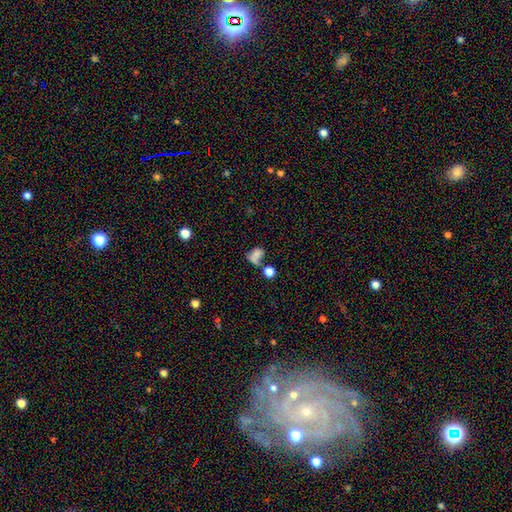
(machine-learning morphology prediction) Q: Smooth or featured?
A: smooth (70%); runner-up: featured or disk (15%)
Q: How rounded?
A: in between (71%); runner-up: round (26%)
Q: Merging?
A: merger (39%); runner-up: none (26%)